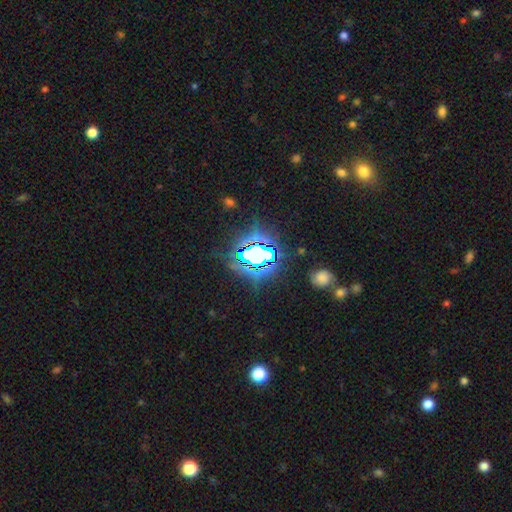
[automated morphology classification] The model was most divided on "smooth or featured": star or artifact: 75%, smooth: 14%, featured or disk: 11%.